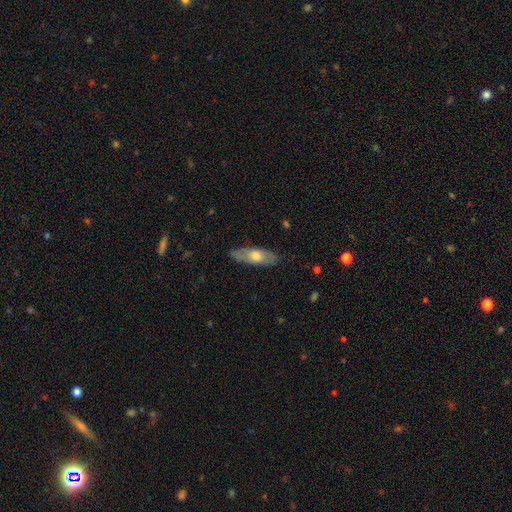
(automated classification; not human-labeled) A smooth galaxy with no disk features (55%) that is in between round and cigar-shaped (60%).

Vote fractions:
- Smooth or featured? smooth: 55% / featured or disk: 39% / star or artifact: 6%
- How rounded? in between: 60% / cigar-shaped: 38% / round: 3%
- Merging? none: 84% / minor disturbance: 12% / major disturbance: 2% / merger: 1%